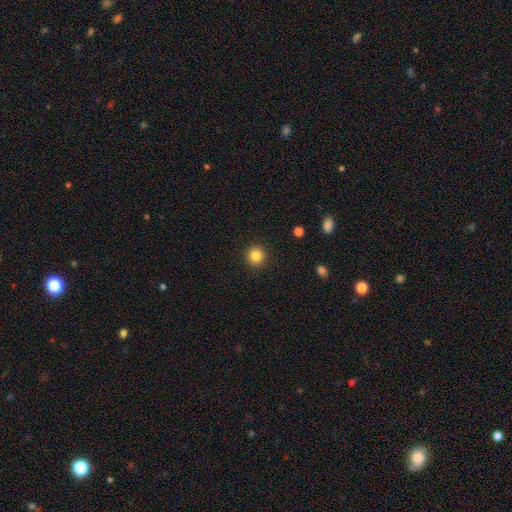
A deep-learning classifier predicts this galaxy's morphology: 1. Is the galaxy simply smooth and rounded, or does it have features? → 85% smooth, 10% star or artifact, 5% featured or disk.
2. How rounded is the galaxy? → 94% round, 5% in between, 1% cigar-shaped.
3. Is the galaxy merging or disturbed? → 92% none, 5% minor disturbance, 2% major disturbance, 1% merger.